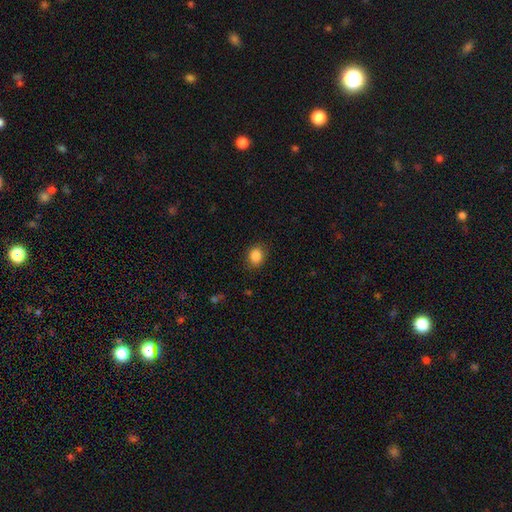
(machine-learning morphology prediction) smooth_or_featured: smooth (p=0.86) [alt: star or artifact p=0.09]
how_rounded: round (p=0.55) [alt: in between p=0.45]
merging: none (p=0.86) [alt: minor disturbance p=0.10]